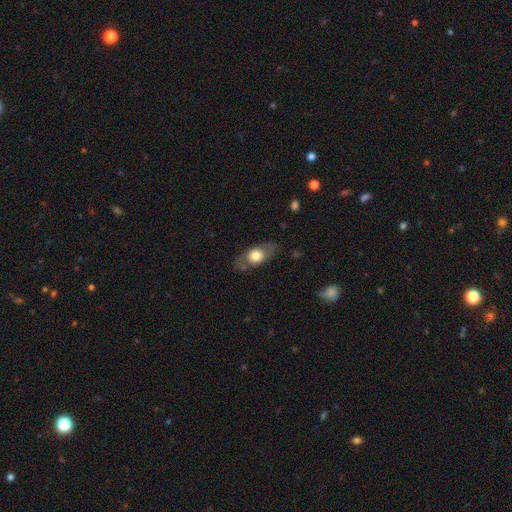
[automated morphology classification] Smooth or featured: smooth — 54% (featured or disk — 40%)
How rounded: in between — 72% (round — 19%)
Merging: none — 74% (minor disturbance — 17%)